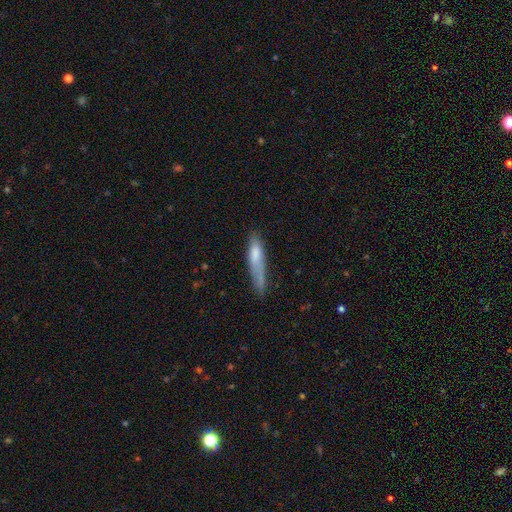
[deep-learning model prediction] smooth_or_featured: smooth (p=0.73) [alt: featured or disk p=0.20]
how_rounded: cigar-shaped (p=0.78) [alt: in between p=0.20]
merging: none (p=0.52) [alt: minor disturbance p=0.32]